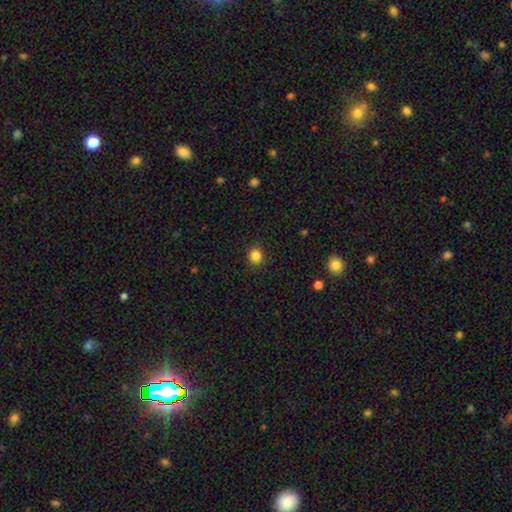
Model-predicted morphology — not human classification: smooth-or-featured: smooth: 85% | star or artifact: 11% | featured or disk: 4%
  how-rounded: round: 84% | in between: 15% | cigar-shaped: 1%
  merging: none: 90% | minor disturbance: 7% | major disturbance: 2% | merger: 1%